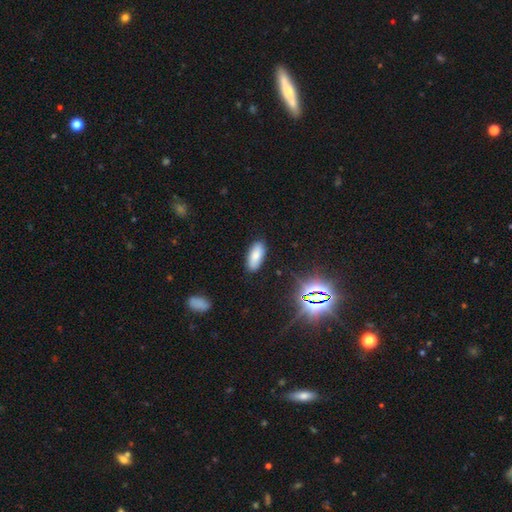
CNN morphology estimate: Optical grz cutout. It shows a smooth galaxy with no disk features (80%) that is in between round and cigar-shaped (80%). Merging: none (87%).